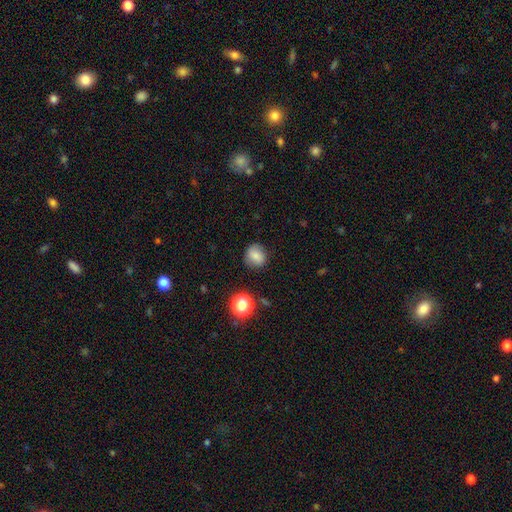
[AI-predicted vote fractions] smooth-or-featured: smooth: 78% | star or artifact: 12% | featured or disk: 9%
  how-rounded: round: 78% | in between: 21% | cigar-shaped: 1%
  merging: none: 79% | minor disturbance: 15% | major disturbance: 4% | merger: 2%